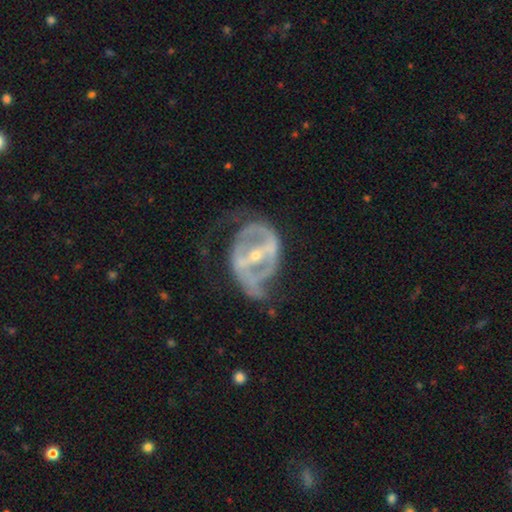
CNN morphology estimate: Smooth or featured?
  - featured or disk: 86% *
  - smooth: 8%
  - star or artifact: 6%
Edge-on disk?
  - no: 94% *
  - yes: 6%
Bar?
  - strong: 75% *
  - weak: 18%
  - no: 7%
Spiral arms?
  - yes: 64% *
  - no: 36%
Spiral winding?
  - medium: 43% *
  - tight: 32%
  - loose: 25%
Spiral arm count?
  - 2: 68% *
  - can't tell: 18%
  - 1: 7%
  - 3: 4%
  - 4: 2%
  - more than 4: 1%
Bulge size?
  - small: 63% *
  - moderate: 33%
  - large: 1%
  - none: 1%
  - dominant: 1%
Merging?
  - none: 43% *
  - major disturbance: 31%
  - minor disturbance: 23%
  - merger: 2%